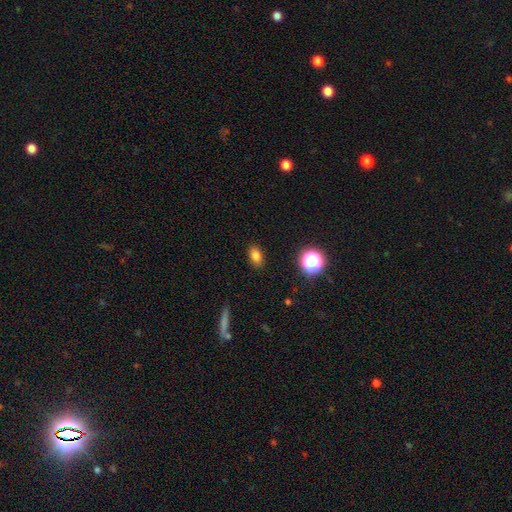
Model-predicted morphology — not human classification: Smooth or featured?
  - smooth: 80% *
  - star or artifact: 13%
  - featured or disk: 7%
How rounded?
  - in between: 83% *
  - round: 14%
  - cigar-shaped: 3%
Merging?
  - none: 88% *
  - minor disturbance: 9%
  - major disturbance: 2%
  - merger: 1%